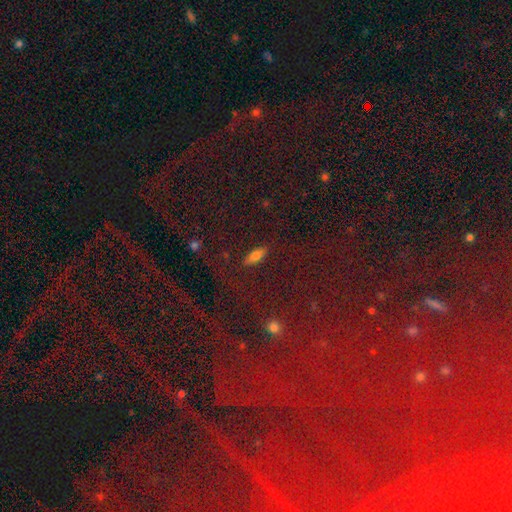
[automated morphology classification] smooth-or-featured: smooth: 70% | featured or disk: 18% | star or artifact: 11%
  how-rounded: in between: 67% | cigar-shaped: 29% | round: 4%
  merging: none: 85% | minor disturbance: 10% | major disturbance: 3% | merger: 2%